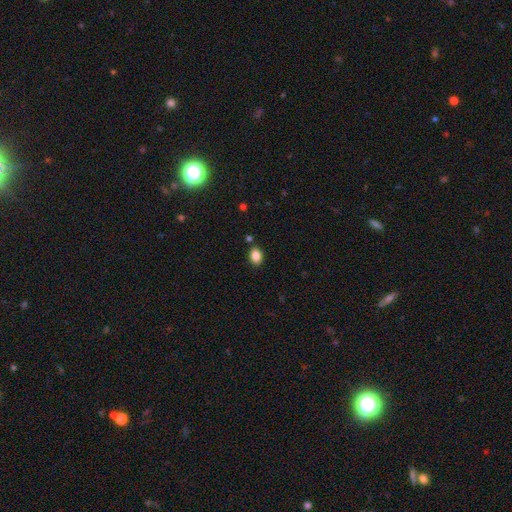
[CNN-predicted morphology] A smooth galaxy with no disk features (86%) that is in between round and cigar-shaped (75%). Merging: none (84%).